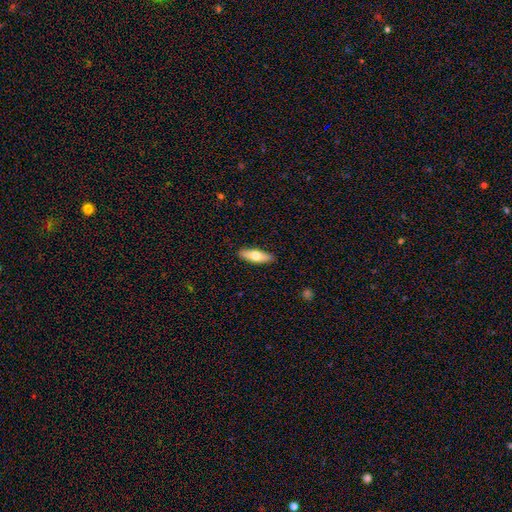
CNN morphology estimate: Smooth or featured? Predicted: smooth (p=0.63). How rounded? Predicted: in between (p=0.51). Merging? Predicted: none (p=0.89).